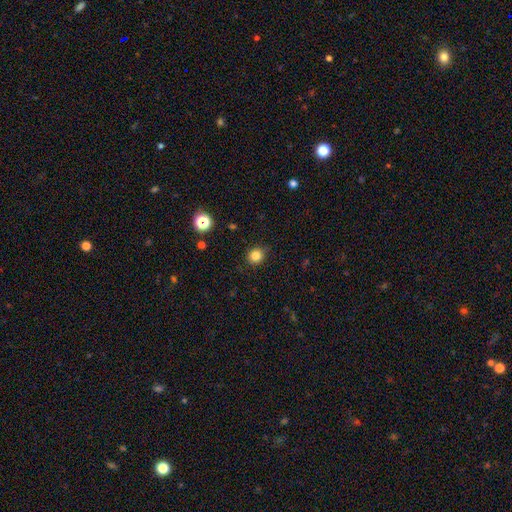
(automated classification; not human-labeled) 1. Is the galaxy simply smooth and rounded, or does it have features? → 83% smooth, 13% star or artifact, 5% featured or disk.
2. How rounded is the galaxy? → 86% round, 13% in between, 1% cigar-shaped.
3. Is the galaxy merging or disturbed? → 87% none, 10% minor disturbance, 2% major disturbance, 1% merger.